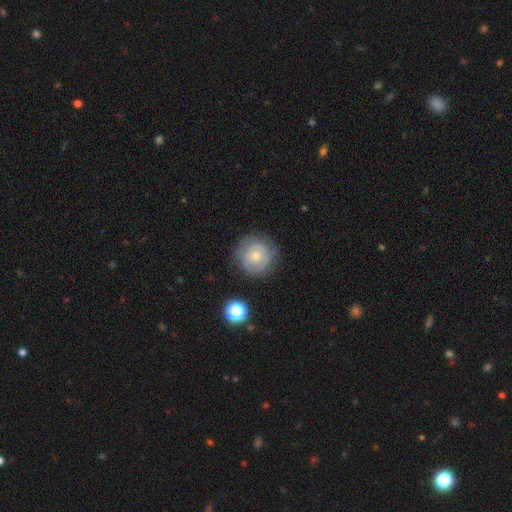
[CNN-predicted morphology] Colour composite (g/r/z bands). It shows a smooth galaxy with no disk features (53%) that is round (93%). Merging: none (76%).